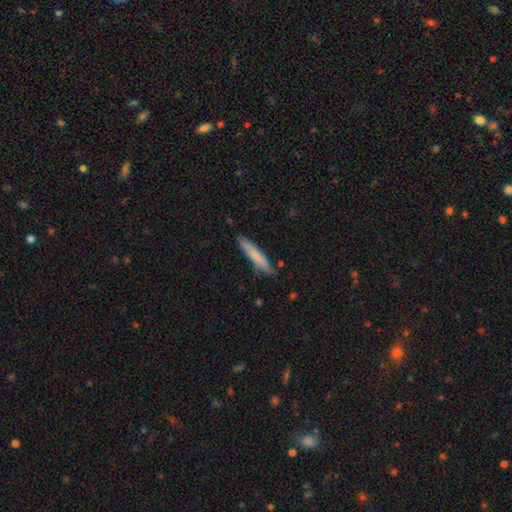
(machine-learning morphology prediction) Smooth or featured? smooth (75%)
How rounded? cigar-shaped (93%)
Merging? none (86%)